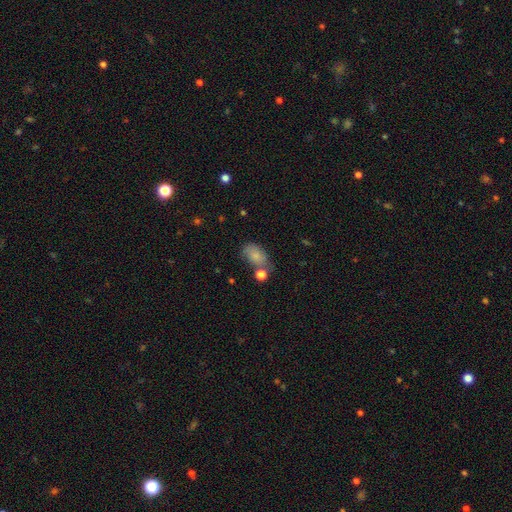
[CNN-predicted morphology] smooth 81%, featured or disk 10%, star or artifact 9%. Down the decision tree: how rounded — in between (88%); merging — none (56%).